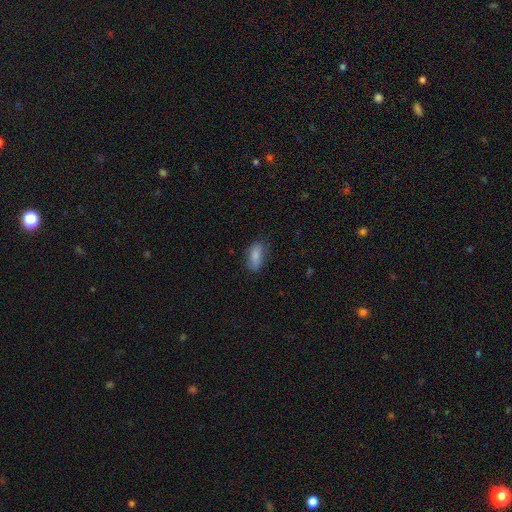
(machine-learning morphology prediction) Smooth or featured?
  - smooth: 84% *
  - featured or disk: 8%
  - star or artifact: 8%
How rounded?
  - in between: 85% *
  - cigar-shaped: 11%
  - round: 4%
Merging?
  - none: 73% *
  - minor disturbance: 21%
  - major disturbance: 5%
  - merger: 1%